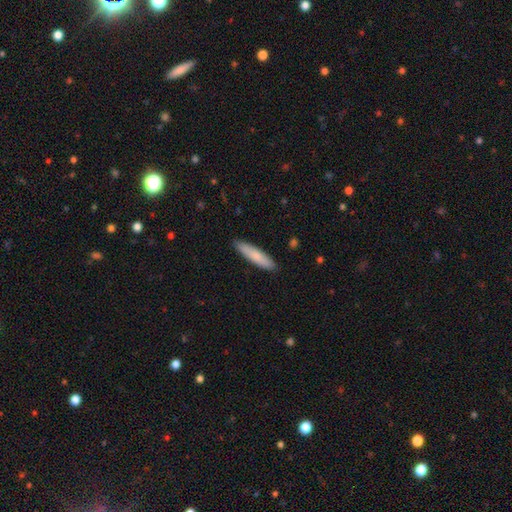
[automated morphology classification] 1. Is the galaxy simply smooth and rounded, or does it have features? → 79% smooth, 15% featured or disk, 6% star or artifact.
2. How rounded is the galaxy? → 81% cigar-shaped, 17% in between, 1% round.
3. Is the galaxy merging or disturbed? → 89% none, 8% minor disturbance, 1% major disturbance, 1% merger.